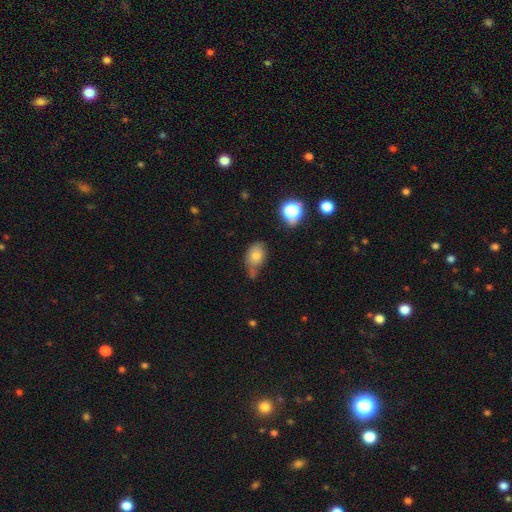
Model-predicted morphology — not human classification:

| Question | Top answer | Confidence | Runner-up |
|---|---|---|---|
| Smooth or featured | smooth | 75% | featured or disk (14%) |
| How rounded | in between | 78% | round (20%) |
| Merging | none | 44% | minor disturbance (32%) |